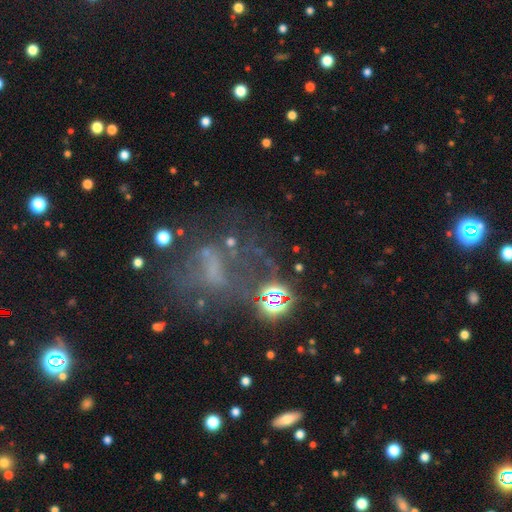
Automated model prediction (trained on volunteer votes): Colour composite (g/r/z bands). It shows a star or artifact, not a galaxy (43%).